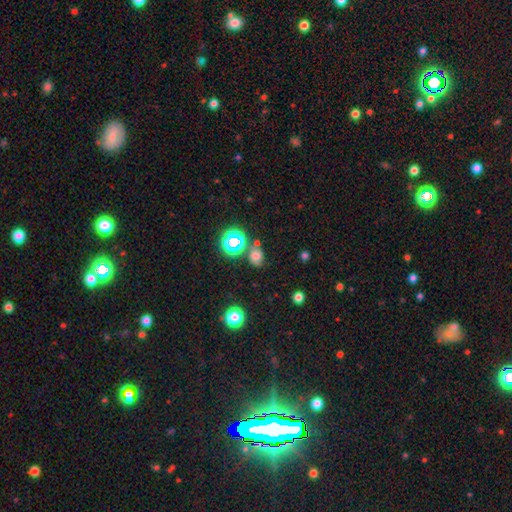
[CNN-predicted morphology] A smooth galaxy with no disk features (56%) that is round (54%). Merging: none (64%).